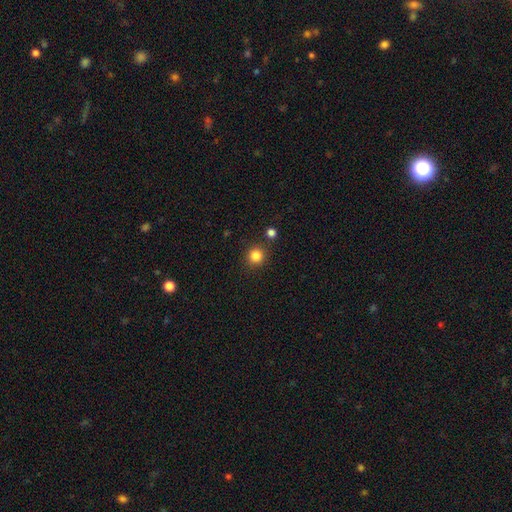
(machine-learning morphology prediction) Smooth or featured?
  - smooth: 84% *
  - star or artifact: 12%
  - featured or disk: 4%
How rounded?
  - round: 92% *
  - in between: 7%
  - cigar-shaped: 1%
Merging?
  - none: 87% *
  - minor disturbance: 7%
  - merger: 5%
  - major disturbance: 2%